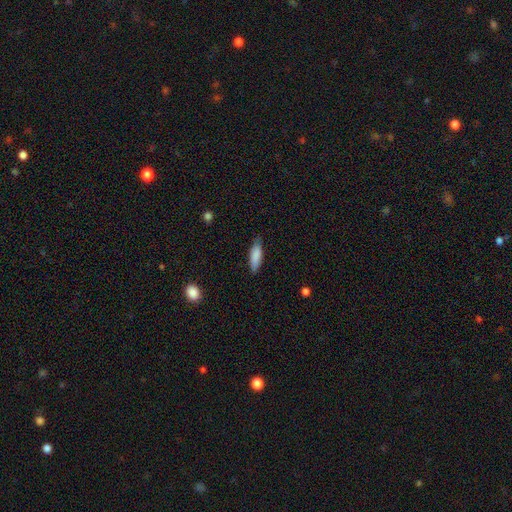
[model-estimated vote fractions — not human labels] A smooth galaxy with no disk features (85%) that is in between round and cigar-shaped (51%).

Vote fractions:
- Smooth or featured? smooth: 85% / featured or disk: 9% / star or artifact: 6%
- How rounded? in between: 51% / cigar-shaped: 48% / round: 2%
- Merging? none: 78% / minor disturbance: 18% / major disturbance: 3% / merger: 1%